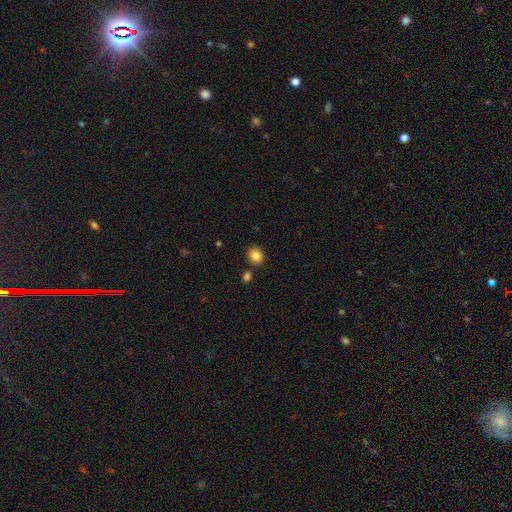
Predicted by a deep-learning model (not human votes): Overall: smooth (85%). How rounded: round (69%; in between 30%). Merging: none (82%).